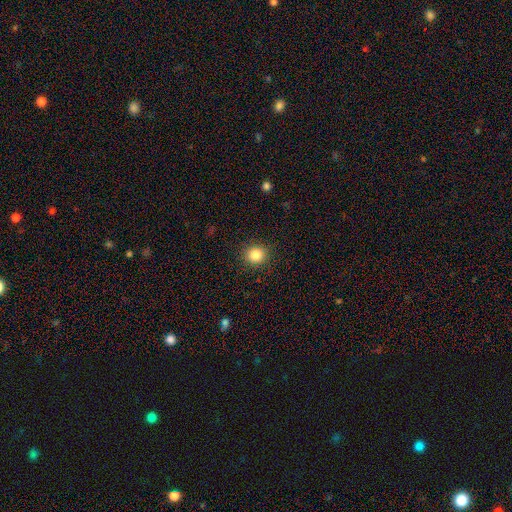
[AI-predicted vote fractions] smooth-or-featured: smooth: 85% | star or artifact: 10% | featured or disk: 4%
  how-rounded: round: 86% | in between: 13% | cigar-shaped: 1%
  merging: none: 90% | minor disturbance: 7% | major disturbance: 2% | merger: 1%